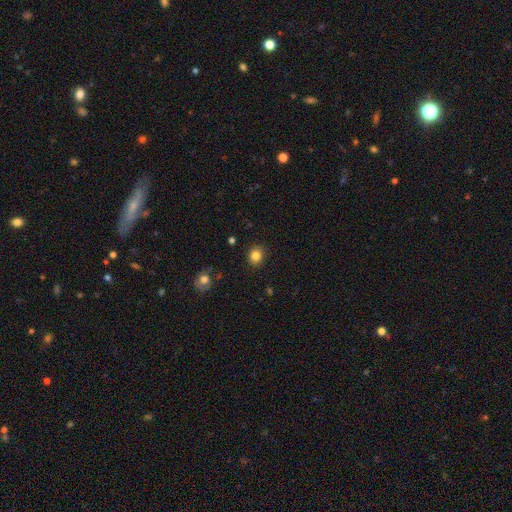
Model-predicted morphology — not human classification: Smooth or featured: smooth — 83% (star or artifact — 11%)
How rounded: round — 77% (in between — 22%)
Merging: none — 89% (minor disturbance — 7%)